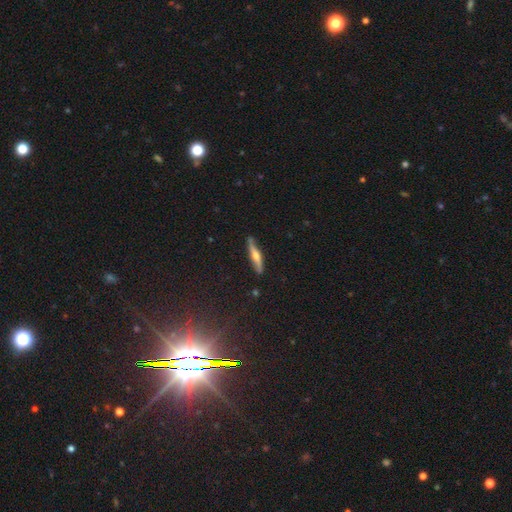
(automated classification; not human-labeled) smooth_or_featured: featured or disk (p=0.56) [alt: smooth p=0.38]
disk_edge_on: yes (p=0.90) [alt: no p=0.10]
edge_on_bulge: rounded (p=0.86) [alt: none p=0.07]
merging: none (p=0.83) [alt: minor disturbance p=0.13]